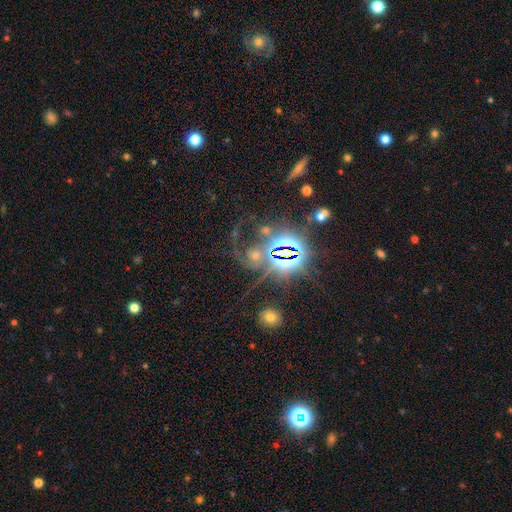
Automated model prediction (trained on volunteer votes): Smooth or featured: star or artifact — 49% (featured or disk — 41%)